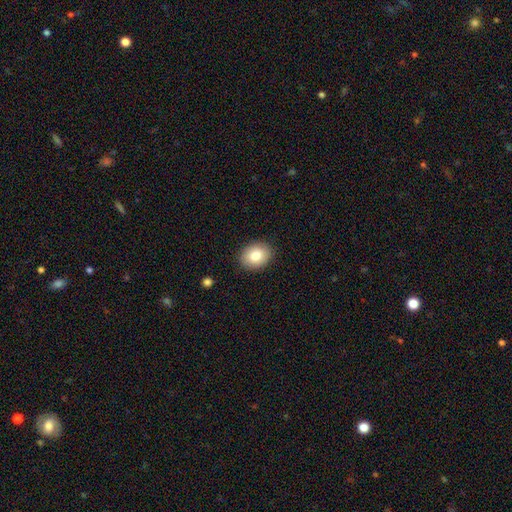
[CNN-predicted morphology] Q: Smooth or featured?
A: smooth (81%); runner-up: featured or disk (11%)
Q: How rounded?
A: in between (51%); runner-up: round (48%)
Q: Merging?
A: none (89%); runner-up: minor disturbance (8%)